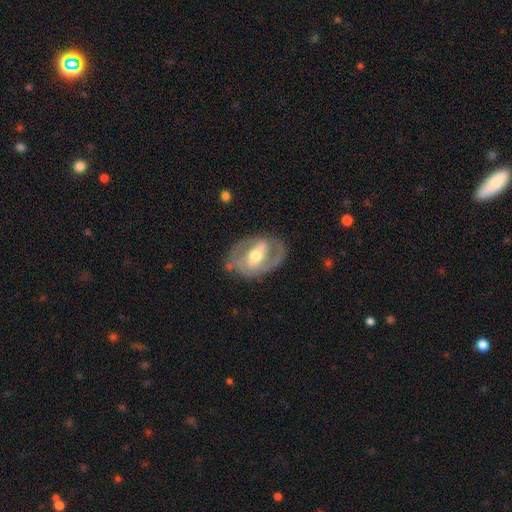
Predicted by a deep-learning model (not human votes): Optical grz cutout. It shows a featured or disk galaxy (82%) with a strong bar (51%), 2 (83%) medium (46%) spiral arms (83%) and a moderate central bulge (66%). Merging: none (76%).